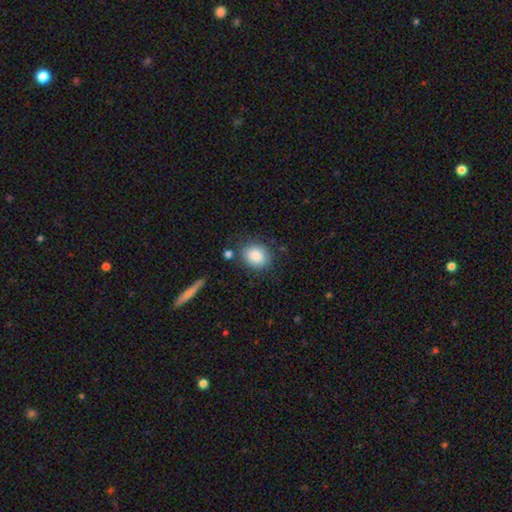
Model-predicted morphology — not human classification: smooth 86%, star or artifact 8%, featured or disk 6%. Down the decision tree: how rounded — round (55%); merging — none (77%).